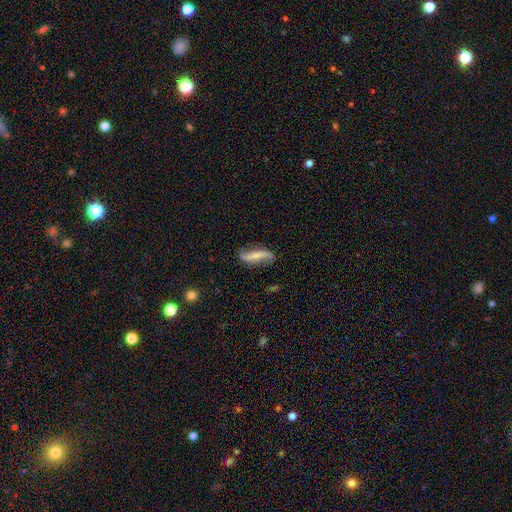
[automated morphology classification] This is likely a featured or disk galaxy (65%). It is likely not viewed edge-on (78%). Bar: possibly strong (46%). Spiral arm pattern: clearly yes (86%). Central bulge: possibly small (58%). Merging: likely none (72%).